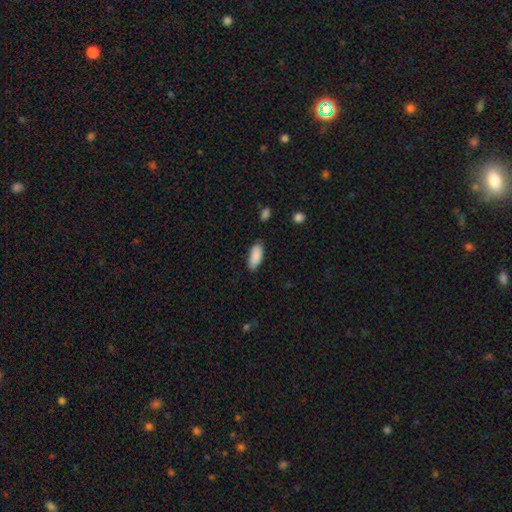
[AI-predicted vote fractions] Q: Smooth or featured?
A: smooth (89%); runner-up: star or artifact (6%)
Q: How rounded?
A: in between (84%); runner-up: cigar-shaped (14%)
Q: Merging?
A: none (82%); runner-up: minor disturbance (14%)